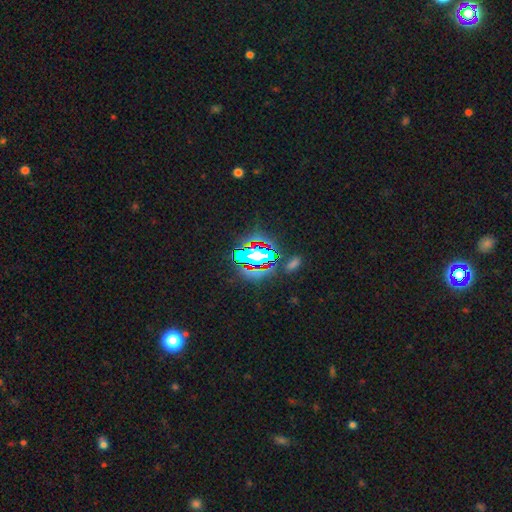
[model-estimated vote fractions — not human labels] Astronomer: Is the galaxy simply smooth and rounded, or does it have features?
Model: star or artifact — 61%.